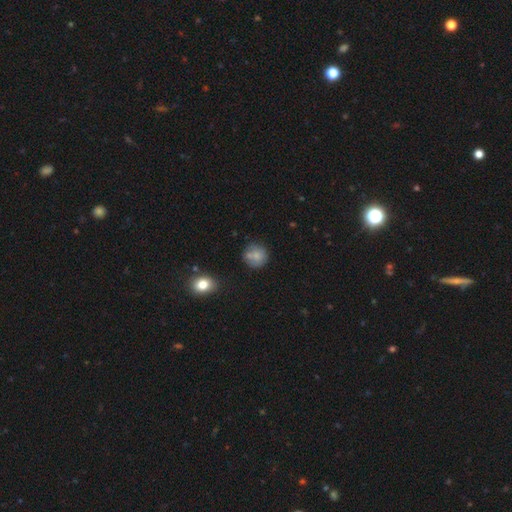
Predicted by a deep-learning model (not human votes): Smooth or featured? Predicted: smooth (p=0.76). How rounded? Predicted: round (p=0.91). Merging? Predicted: none (p=0.69).